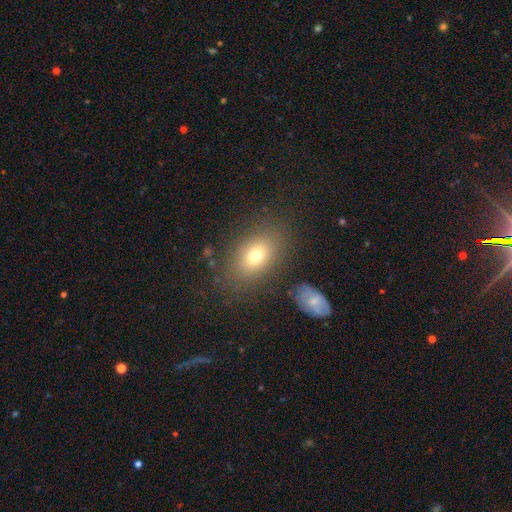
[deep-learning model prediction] Q: Smooth or featured?
A: smooth (73%); runner-up: featured or disk (15%)
Q: How rounded?
A: in between (82%); runner-up: round (16%)
Q: Merging?
A: none (80%); runner-up: minor disturbance (11%)